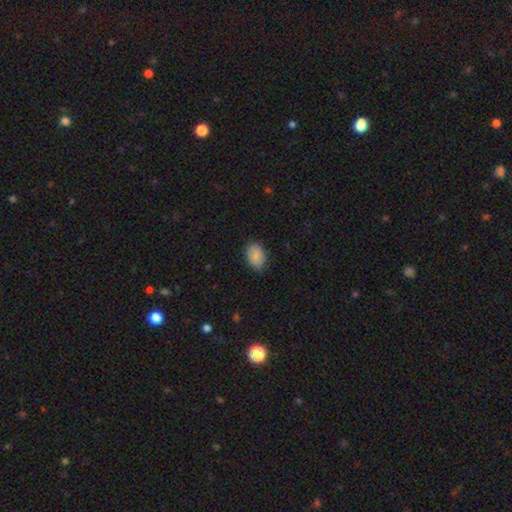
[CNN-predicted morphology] Q: Smooth or featured?
A: smooth (86%); runner-up: featured or disk (8%)
Q: How rounded?
A: in between (86%); runner-up: round (12%)
Q: Merging?
A: none (83%); runner-up: minor disturbance (13%)